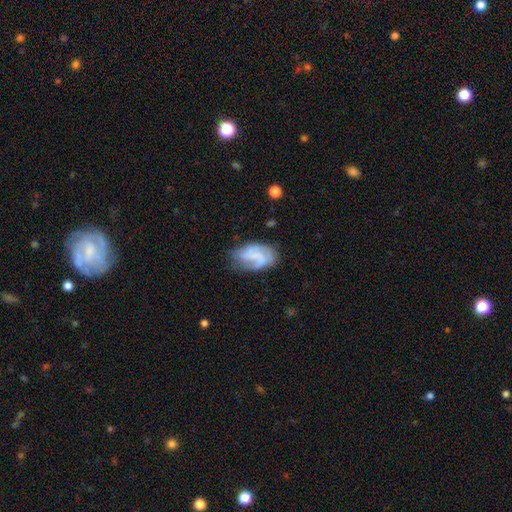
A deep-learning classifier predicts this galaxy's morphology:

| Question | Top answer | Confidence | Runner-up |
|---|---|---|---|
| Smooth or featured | featured or disk | 64% | smooth (29%) |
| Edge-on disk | no | 98% | yes (2%) |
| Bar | no | 45% | weak (41%) |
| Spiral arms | yes | 89% | no (11%) |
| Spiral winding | medium | 40% | loose (33%) |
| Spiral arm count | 2 | 53% | 1 (19%) |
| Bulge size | none | 55% | small (30%) |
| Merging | none | 60% | minor disturbance (24%) |